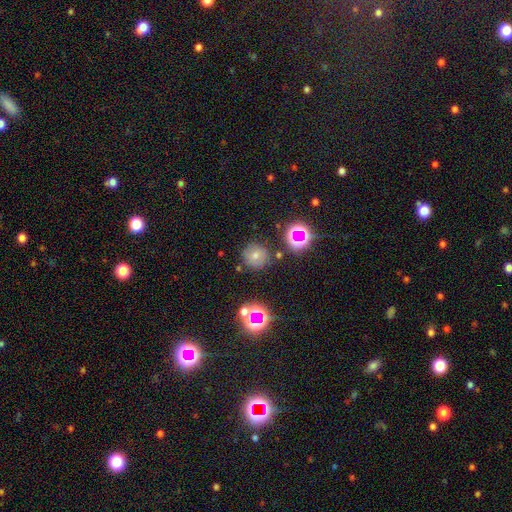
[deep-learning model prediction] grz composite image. It shows a smooth galaxy with no disk features (57%) that is round (94%). Merging: none (81%).